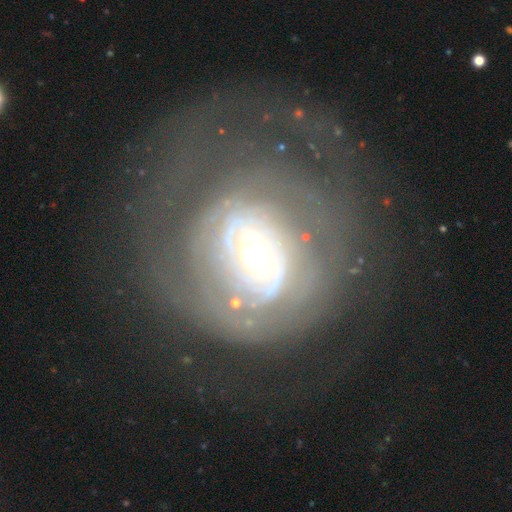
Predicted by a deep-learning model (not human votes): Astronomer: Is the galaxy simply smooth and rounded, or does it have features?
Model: featured or disk — 78%.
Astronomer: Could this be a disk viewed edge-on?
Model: no — 96%.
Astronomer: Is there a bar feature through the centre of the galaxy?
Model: no — 61%.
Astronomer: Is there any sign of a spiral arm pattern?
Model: yes — 71%.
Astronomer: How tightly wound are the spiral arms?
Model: tight — 63%.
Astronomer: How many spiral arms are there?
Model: can't tell — 46% (runner-up: 2, 25%).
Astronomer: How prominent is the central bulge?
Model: moderate — 59%.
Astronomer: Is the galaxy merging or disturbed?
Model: none — 47% (runner-up: major disturbance, 34%).